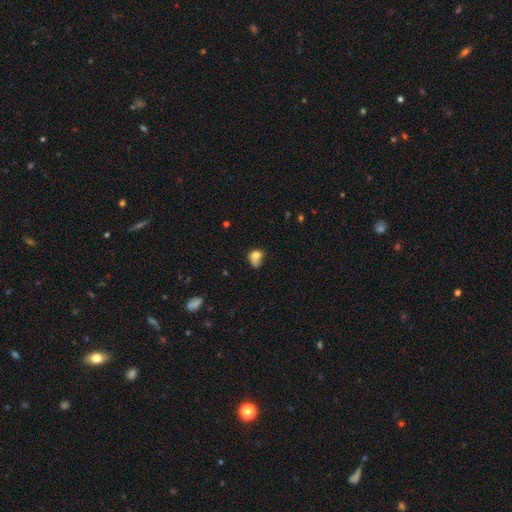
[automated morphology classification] This appears to be a smooth galaxy with no disk features (75%) that is in between round and cigar-shaped (58%). Merging: minor disturbance (34%).